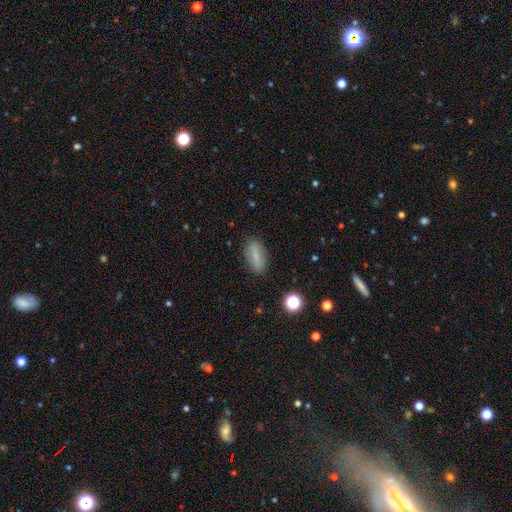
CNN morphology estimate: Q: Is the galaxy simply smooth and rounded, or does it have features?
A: smooth — 70%.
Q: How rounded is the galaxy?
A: in between — 78%.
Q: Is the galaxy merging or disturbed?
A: none — 86%.